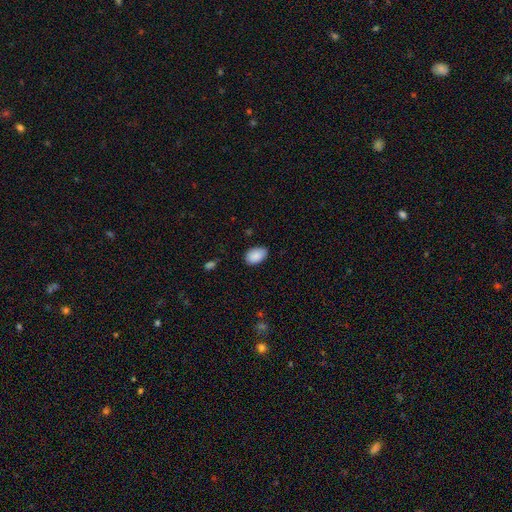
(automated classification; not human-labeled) A smooth galaxy with no disk features (88%) that is in between round and cigar-shaped (89%). Merging: none (75%).